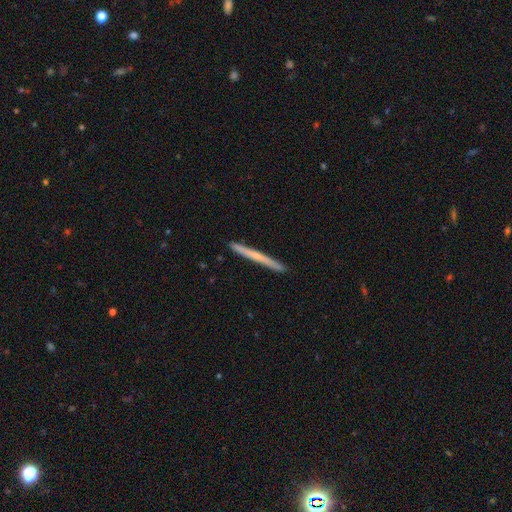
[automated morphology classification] Smooth or featured?
  - featured or disk: 49% *
  - smooth: 45%
  - star or artifact: 6%
Merging?
  - none: 92% *
  - minor disturbance: 6%
  - major disturbance: 1%
  - merger: 1%